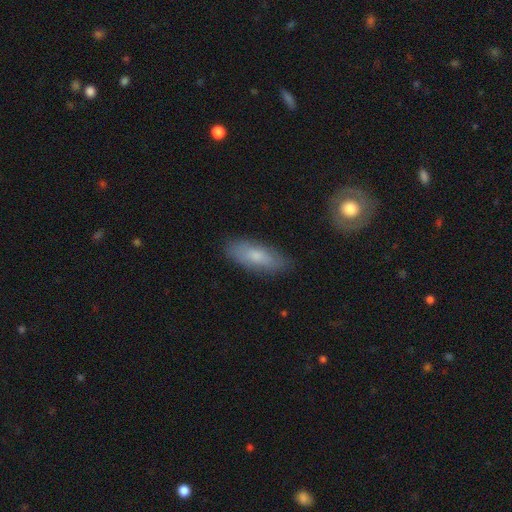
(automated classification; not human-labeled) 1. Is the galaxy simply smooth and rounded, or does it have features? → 72% smooth, 22% featured or disk, 7% star or artifact.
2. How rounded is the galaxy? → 69% in between, 29% cigar-shaped, 2% round.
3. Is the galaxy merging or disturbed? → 82% none, 14% minor disturbance, 3% major disturbance, 2% merger.